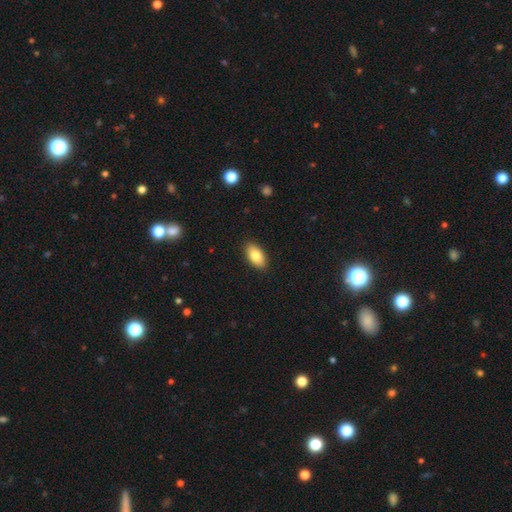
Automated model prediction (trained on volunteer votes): Overall: smooth (83%). How rounded: in between (93%). Merging: none (89%).